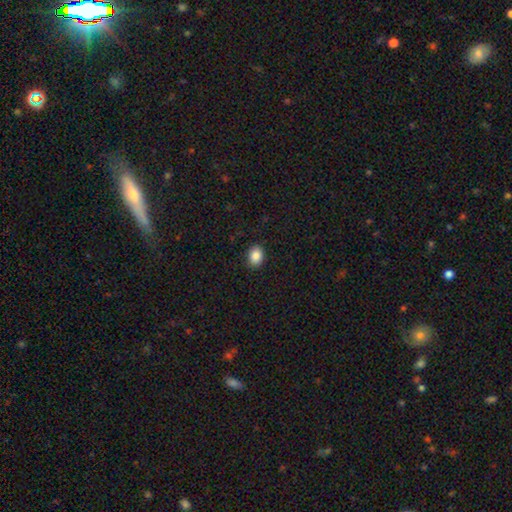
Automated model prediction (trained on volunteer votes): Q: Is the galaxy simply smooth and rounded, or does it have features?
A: smooth — 87%.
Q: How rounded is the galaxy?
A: in between — 65%.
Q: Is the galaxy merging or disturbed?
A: none — 89%.